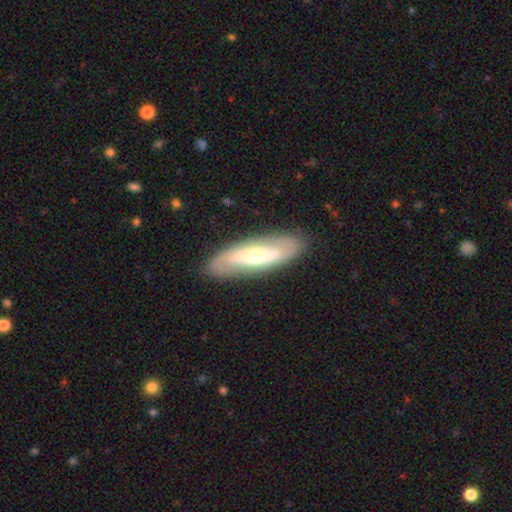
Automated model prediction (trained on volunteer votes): A featured or disk galaxy (61%).

Vote fractions:
- Smooth or featured? featured or disk: 61% / smooth: 33% / star or artifact: 5%
- Edge-on disk? no: 77% / yes: 23%
- Merging? none: 84% / minor disturbance: 11% / major disturbance: 4% / merger: 1%